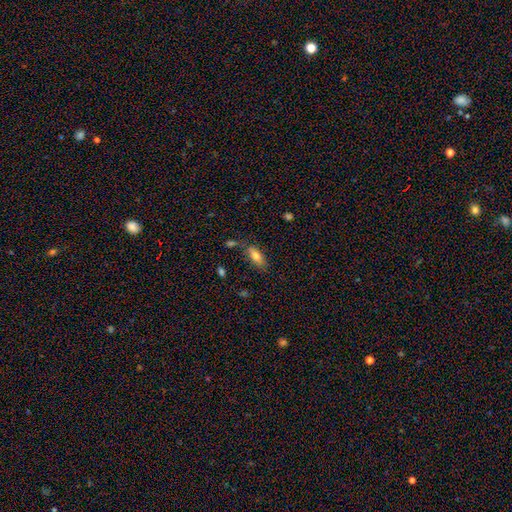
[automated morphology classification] Smooth or featured: smooth — 78% (featured or disk — 14%)
How rounded: in between — 80% (cigar-shaped — 17%)
Merging: none — 70% (minor disturbance — 18%)